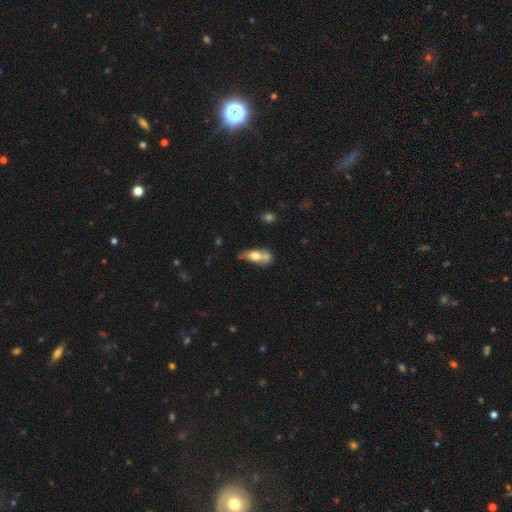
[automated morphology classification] This appears to be a smooth galaxy with no disk features (62%) that is in between round and cigar-shaped (70%). Merging: merger (40%).